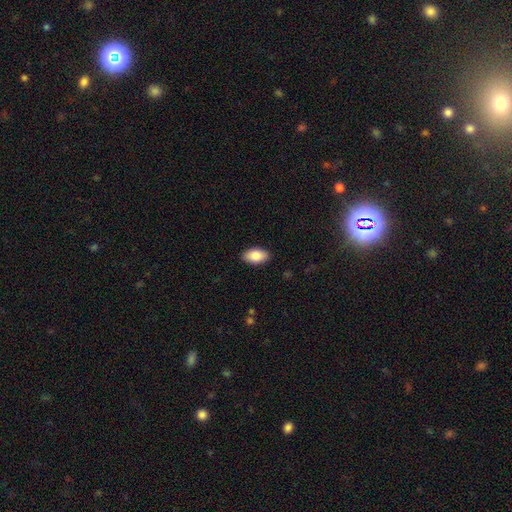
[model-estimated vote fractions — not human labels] This appears to be a smooth galaxy with no disk features (86%) that is in between round and cigar-shaped (94%). Merging: none (89%).